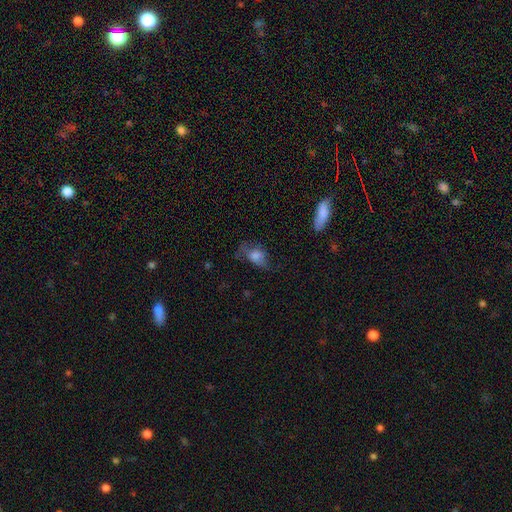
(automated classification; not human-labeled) Q: Smooth or featured?
A: smooth (66%); runner-up: featured or disk (23%)
Q: How rounded?
A: in between (74%); runner-up: round (23%)
Q: Merging?
A: none (36%); runner-up: major disturbance (32%)